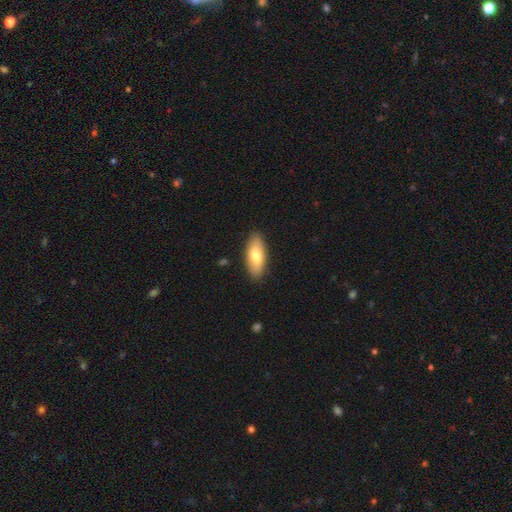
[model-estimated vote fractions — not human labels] Morphology: type=smooth (76%); roundness=in between (79%); merging=none (88%).